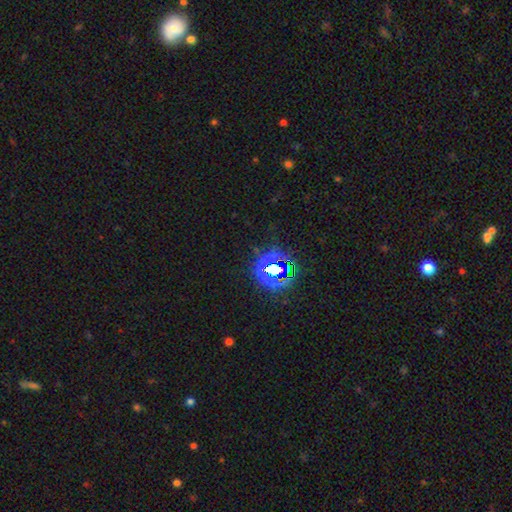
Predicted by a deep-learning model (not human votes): This appears to be a star or artifact, not a galaxy (70%).